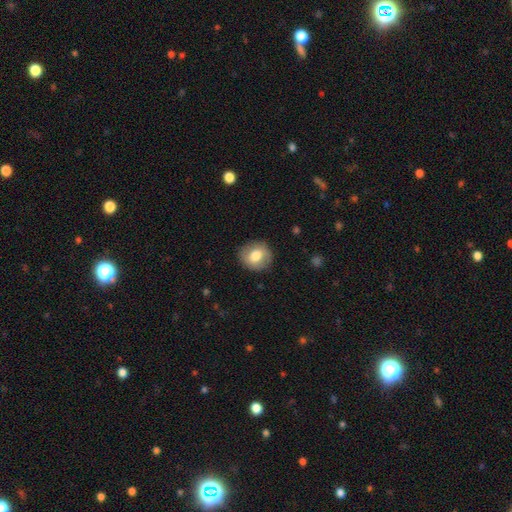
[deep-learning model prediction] Q: Smooth or featured?
A: smooth (72%); runner-up: featured or disk (20%)
Q: How rounded?
A: round (80%); runner-up: in between (19%)
Q: Merging?
A: none (86%); runner-up: minor disturbance (10%)